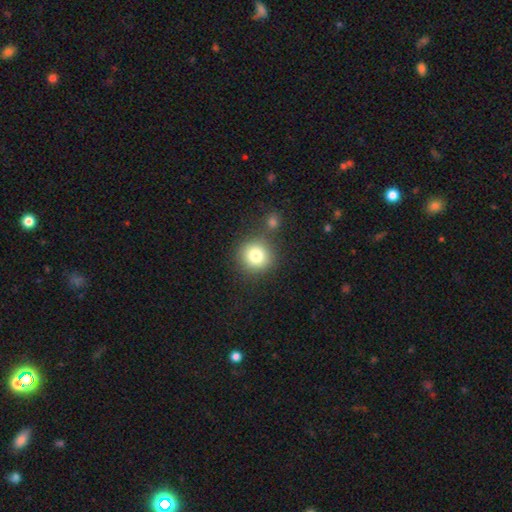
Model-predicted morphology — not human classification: A smooth galaxy with no disk features (80%) that is round (93%).

Vote fractions:
- Smooth or featured? smooth: 80% / star or artifact: 11% / featured or disk: 9%
- How rounded? round: 93% / in between: 6% / cigar-shaped: 1%
- Merging? none: 76% / merger: 12% / minor disturbance: 9% / major disturbance: 4%